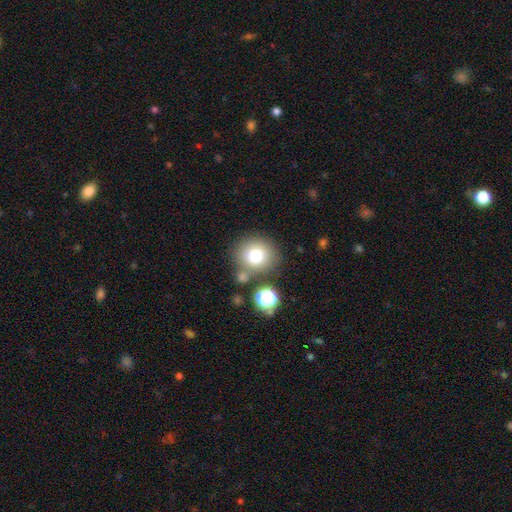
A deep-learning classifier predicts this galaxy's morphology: Smooth or featured? Predicted: smooth (p=0.77). How rounded? Predicted: round (p=0.86). Merging? Predicted: none (p=0.72).